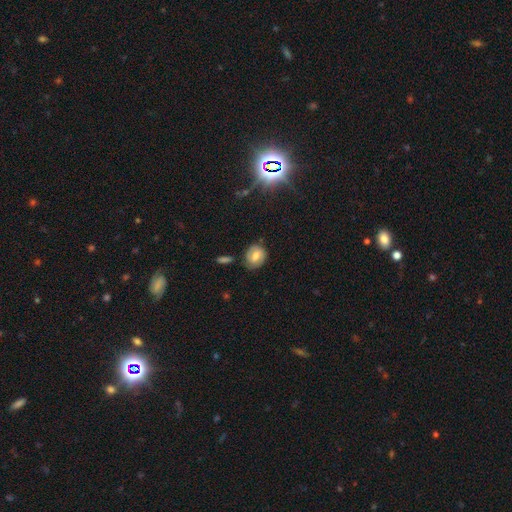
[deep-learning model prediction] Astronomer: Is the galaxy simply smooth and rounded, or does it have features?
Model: smooth — 58%.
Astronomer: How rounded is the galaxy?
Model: round — 58% (runner-up: in between, 40%).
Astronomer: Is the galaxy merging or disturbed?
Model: none — 73%.